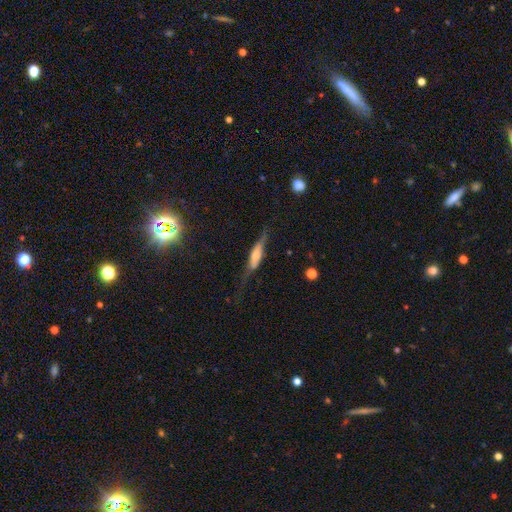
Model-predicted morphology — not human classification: Q: Smooth or featured?
A: smooth (47%); runner-up: featured or disk (46%)
Q: Merging?
A: none (48%); runner-up: minor disturbance (28%)